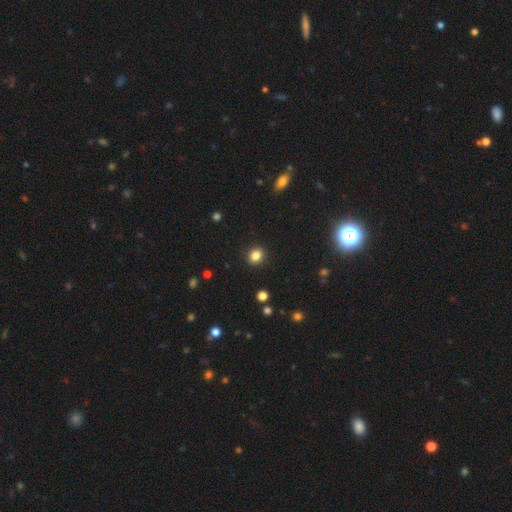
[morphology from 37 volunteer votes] Overall: smooth (86%). How rounded: round (69%; in between 31%). Merging: none (89%).